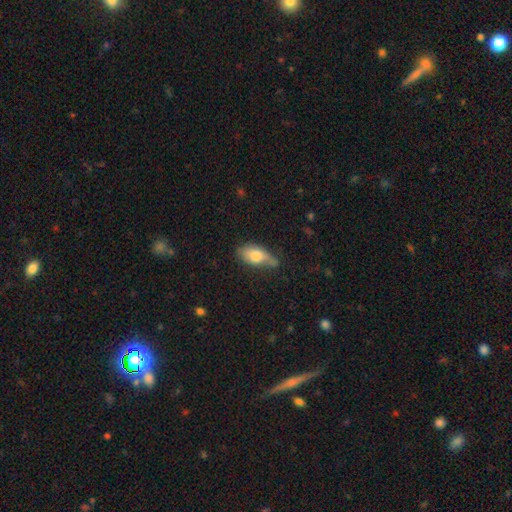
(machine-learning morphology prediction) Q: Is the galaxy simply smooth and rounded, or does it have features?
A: smooth — 73%.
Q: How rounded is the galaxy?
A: in between — 86%.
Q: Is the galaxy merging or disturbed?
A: minor disturbance — 41%.